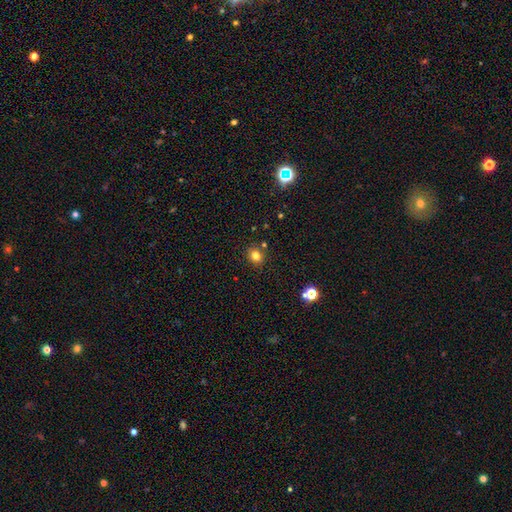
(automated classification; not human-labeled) Morphology: type=smooth (79%); roundness=round (69%); merging=none (84%).